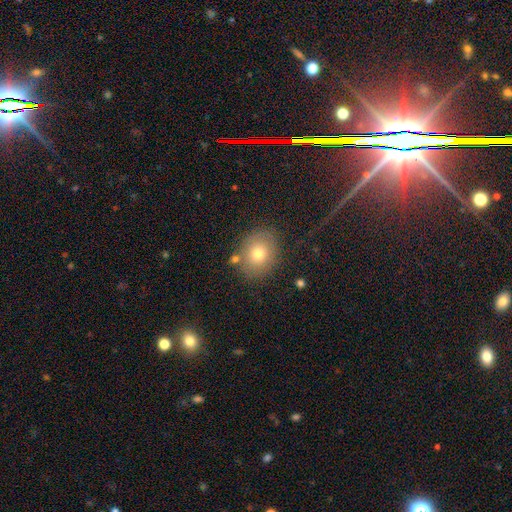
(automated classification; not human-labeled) This appears to be a smooth galaxy with no disk features (68%) that is round (58%). Merging: none (81%).